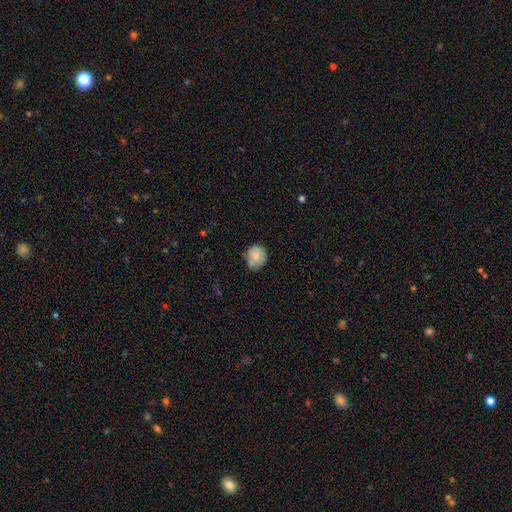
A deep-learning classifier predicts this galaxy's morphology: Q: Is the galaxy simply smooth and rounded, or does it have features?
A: smooth — 74%.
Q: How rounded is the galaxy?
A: round — 73%.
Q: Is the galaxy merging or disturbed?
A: none — 60%.